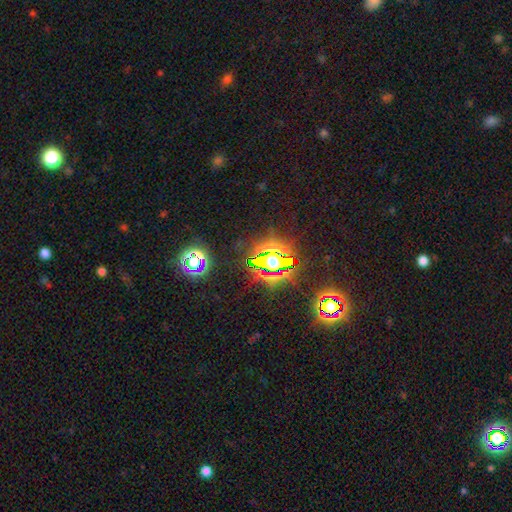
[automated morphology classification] This appears to be a star or artifact, not a galaxy (81%).